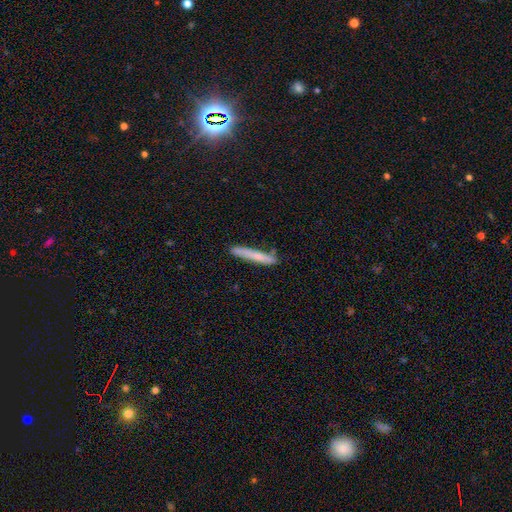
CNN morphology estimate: The model was most divided on "smooth or featured": smooth: 65%, featured or disk: 28%, star or artifact: 7%. More confident: how rounded — cigar-shaped (95%); merging — none (77%).